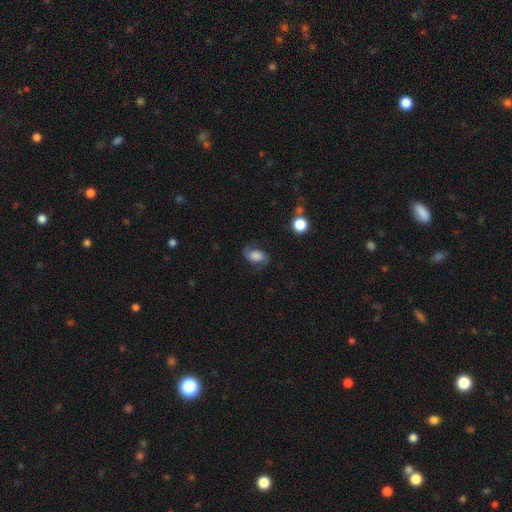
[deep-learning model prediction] Smooth or featured: smooth — 51% (featured or disk — 39%)
How rounded: in between — 81% (round — 17%)
Merging: none — 69% (minor disturbance — 19%)